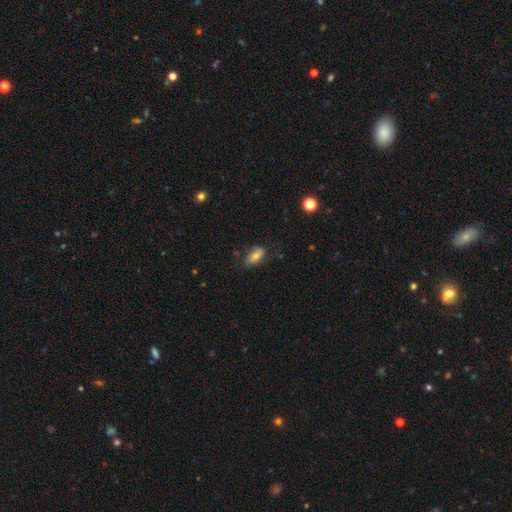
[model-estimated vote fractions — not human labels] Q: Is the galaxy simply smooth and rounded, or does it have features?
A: smooth — 77%.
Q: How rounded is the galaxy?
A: in between — 87%.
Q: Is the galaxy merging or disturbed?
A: none — 67%.